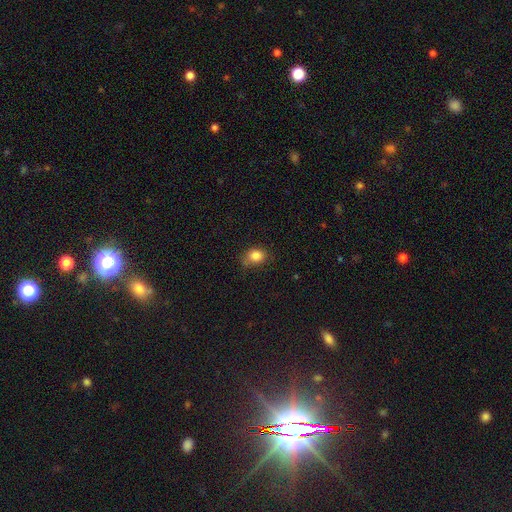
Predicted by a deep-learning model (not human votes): smooth-or-featured: smooth: 84% | star or artifact: 10% | featured or disk: 6%
  how-rounded: in between: 50% | round: 48% | cigar-shaped: 1%
  merging: none: 62% | minor disturbance: 28% | major disturbance: 7% | merger: 3%